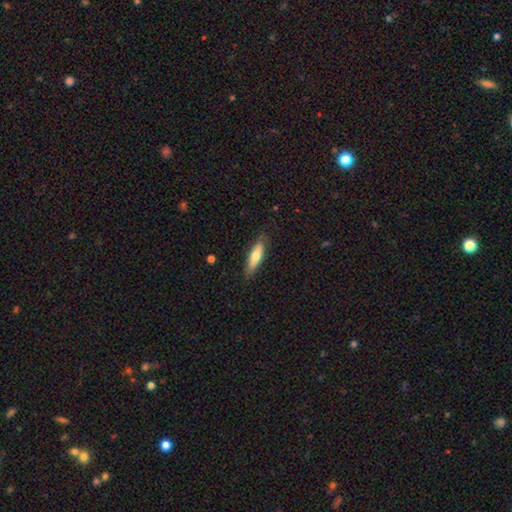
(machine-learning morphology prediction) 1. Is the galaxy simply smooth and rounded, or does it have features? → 65% smooth, 29% featured or disk, 6% star or artifact.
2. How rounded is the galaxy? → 62% cigar-shaped, 36% in between, 2% round.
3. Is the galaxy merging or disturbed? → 82% none, 14% minor disturbance, 3% major disturbance, 1% merger.